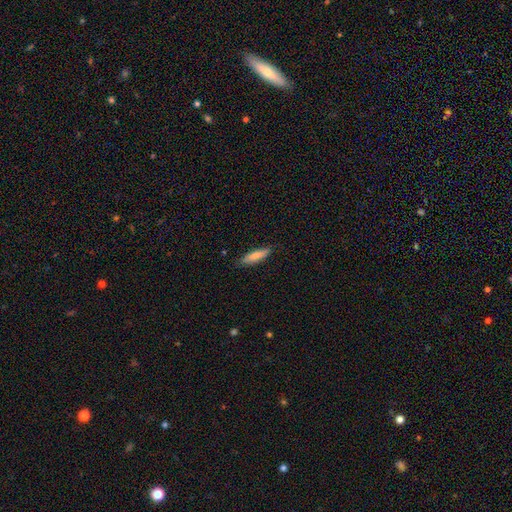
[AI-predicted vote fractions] Smooth or featured? smooth (73%)
How rounded? cigar-shaped (69%)
Merging? none (83%)